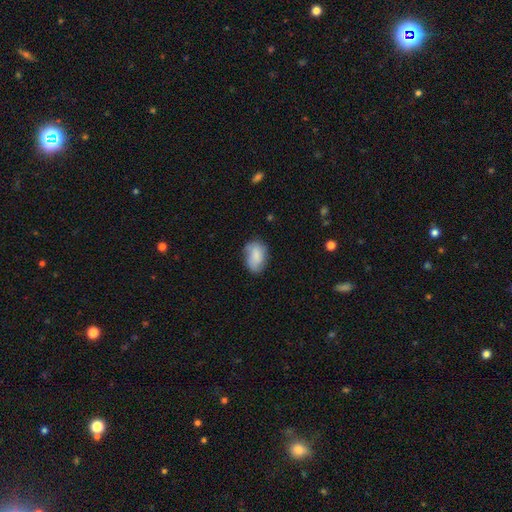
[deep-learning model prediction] The model was most divided on "merging": none: 63%, minor disturbance: 28%, major disturbance: 7%, merger: 2%. More confident: how rounded — in between (85%); smooth or featured — smooth (78%).